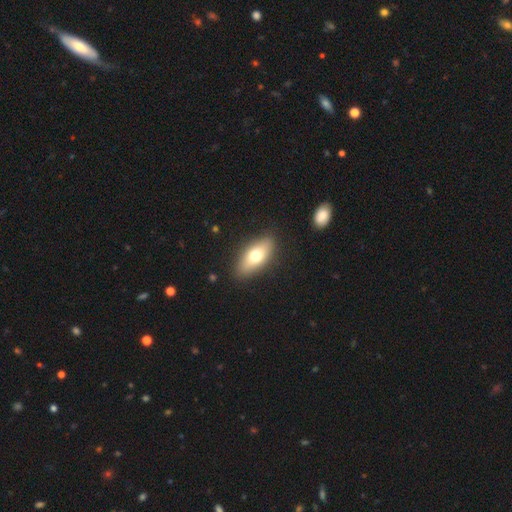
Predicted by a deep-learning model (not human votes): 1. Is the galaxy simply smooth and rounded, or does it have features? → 67% smooth, 26% featured or disk, 7% star or artifact.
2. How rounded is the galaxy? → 80% in between, 16% cigar-shaped, 4% round.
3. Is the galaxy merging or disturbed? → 87% none, 9% minor disturbance, 3% major disturbance, 1% merger.